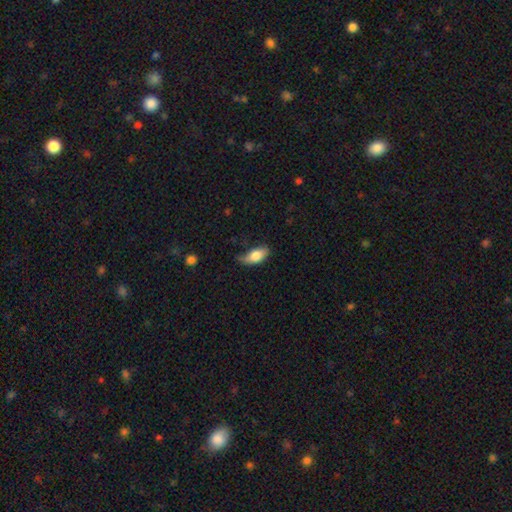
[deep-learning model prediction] This appears to be a smooth galaxy with no disk features (76%) that is in between round and cigar-shaped (87%). Merging: none (45%).